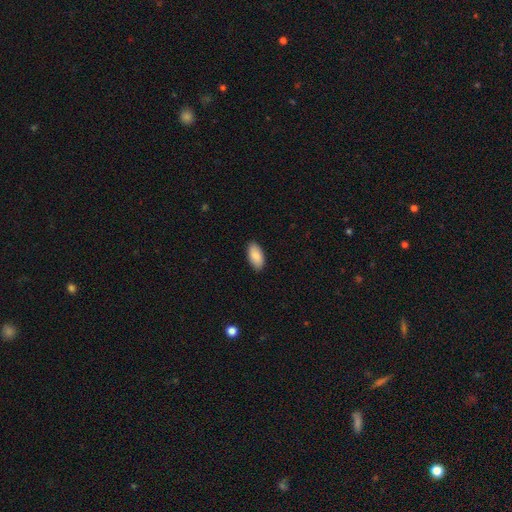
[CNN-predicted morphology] type=smooth (88%); roundness=in between (94%); merging=none (88%).